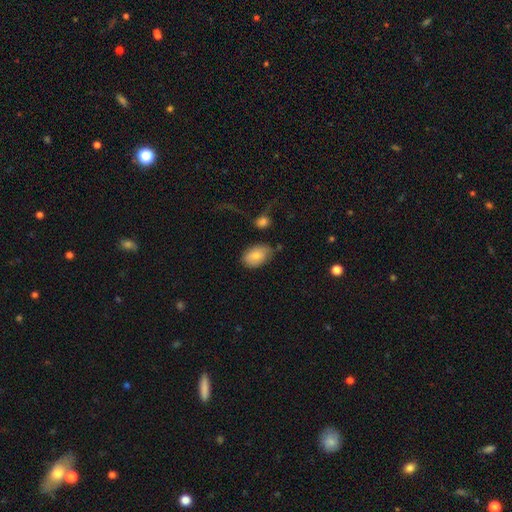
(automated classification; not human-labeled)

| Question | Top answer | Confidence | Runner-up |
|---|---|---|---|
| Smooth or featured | smooth | 81% | featured or disk (12%) |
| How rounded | in between | 90% | round (9%) |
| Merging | none | 62% | minor disturbance (27%) |